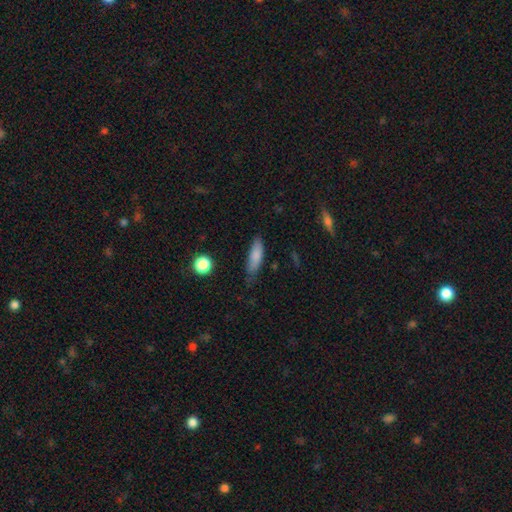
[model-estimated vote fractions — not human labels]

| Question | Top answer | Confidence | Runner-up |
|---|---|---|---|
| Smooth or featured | smooth | 81% | featured or disk (11%) |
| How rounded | in between | 53% | cigar-shaped (45%) |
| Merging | none | 62% | minor disturbance (29%) |